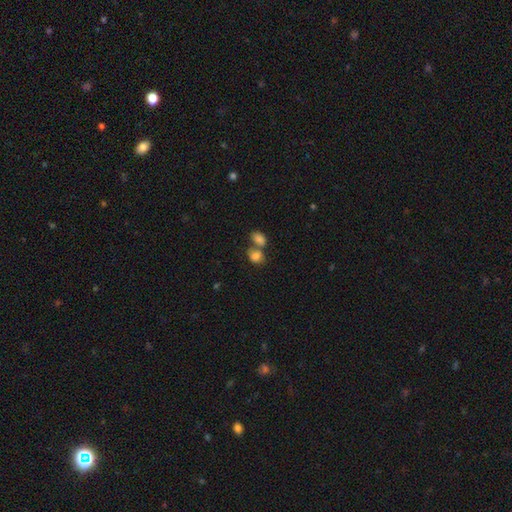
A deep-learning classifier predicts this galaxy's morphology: smooth 82%, star or artifact 10%, featured or disk 9%. Down the decision tree: how rounded — in between (57%); merging — merger (55%).